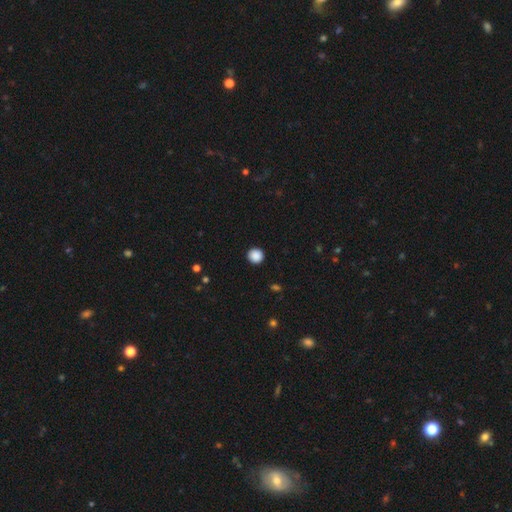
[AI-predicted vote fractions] This appears to be a smooth galaxy with no disk features (88%) that is round (94%). Merging: none (93%).